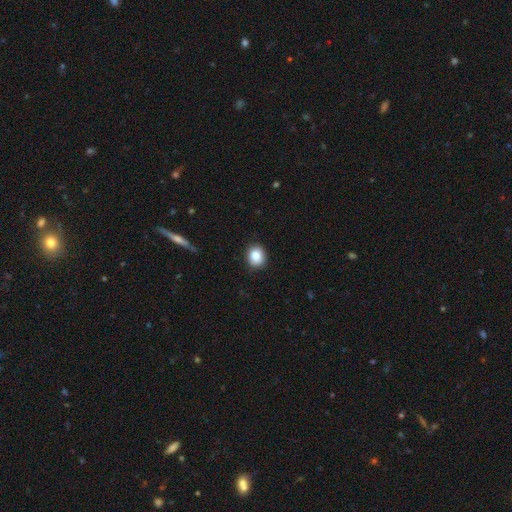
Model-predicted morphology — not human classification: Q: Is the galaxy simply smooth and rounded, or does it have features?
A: smooth — 84%.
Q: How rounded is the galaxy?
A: round — 70%.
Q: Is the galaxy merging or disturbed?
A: none — 90%.